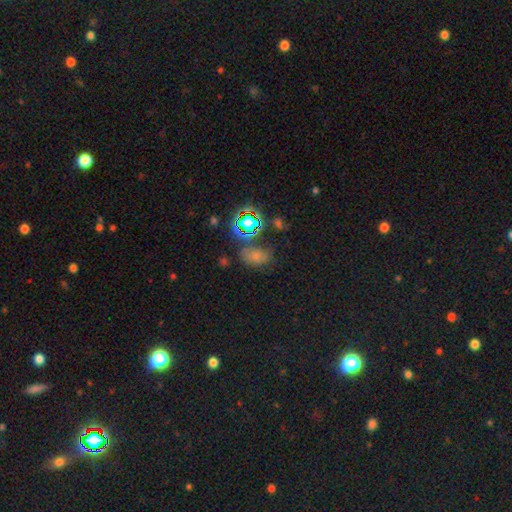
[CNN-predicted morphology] smooth-or-featured: smooth: 58% | star or artifact: 31% | featured or disk: 11%
  how-rounded: in between: 79% | round: 19% | cigar-shaped: 2%
  merging: none: 61% | minor disturbance: 22% | major disturbance: 10% | merger: 8%